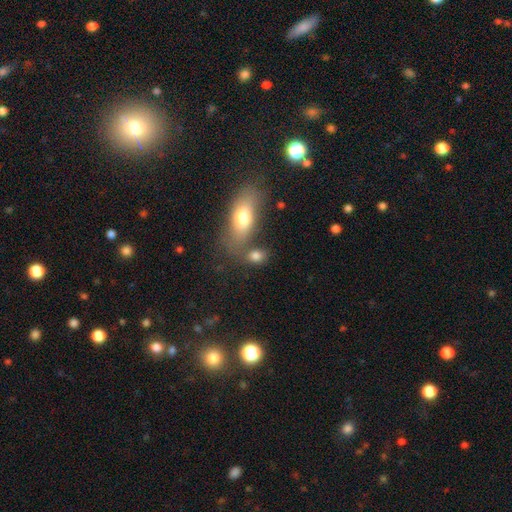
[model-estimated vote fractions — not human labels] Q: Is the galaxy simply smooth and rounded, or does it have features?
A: smooth — 78%.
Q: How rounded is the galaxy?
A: in between — 70%.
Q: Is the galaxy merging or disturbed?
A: none — 54%.